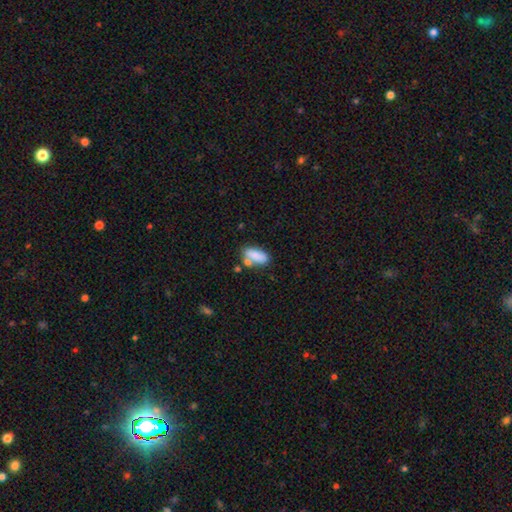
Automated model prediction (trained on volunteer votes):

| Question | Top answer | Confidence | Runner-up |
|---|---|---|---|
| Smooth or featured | smooth | 82% | featured or disk (10%) |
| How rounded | in between | 83% | cigar-shaped (14%) |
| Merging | none | 53% | merger (25%) |